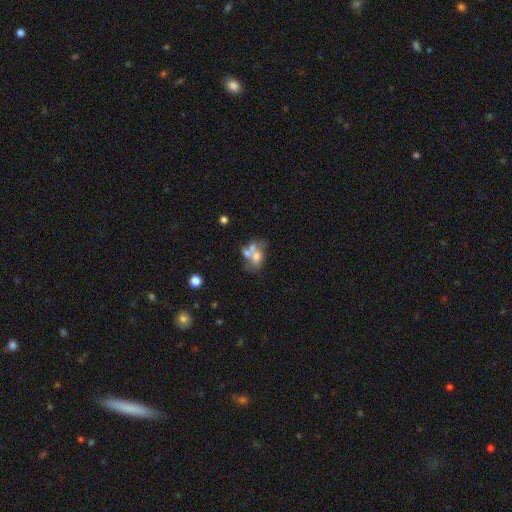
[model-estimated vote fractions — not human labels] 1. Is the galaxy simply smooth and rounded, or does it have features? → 51% smooth, 36% featured or disk, 12% star or artifact.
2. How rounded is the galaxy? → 68% in between, 31% round, 2% cigar-shaped.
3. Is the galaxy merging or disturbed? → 55% merger, 23% none, 11% major disturbance, 11% minor disturbance.